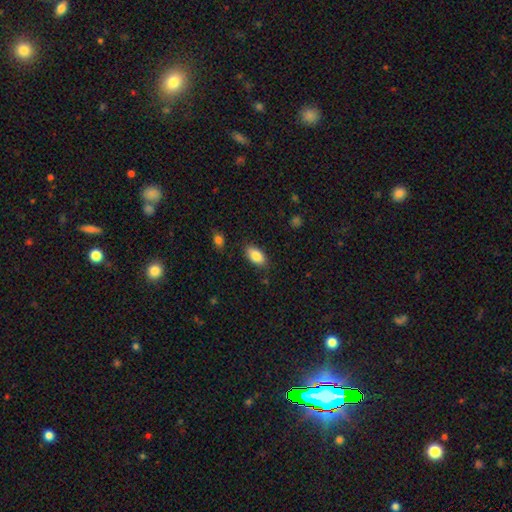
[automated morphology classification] Smooth or featured? Predicted: smooth (p=0.85). How rounded? Predicted: in between (p=0.93). Merging? Predicted: none (p=0.85).